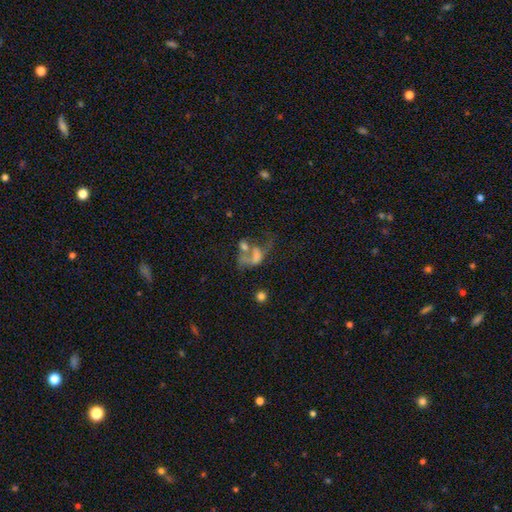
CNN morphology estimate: Smooth or featured? smooth (42%)
Merging? merger (42%)